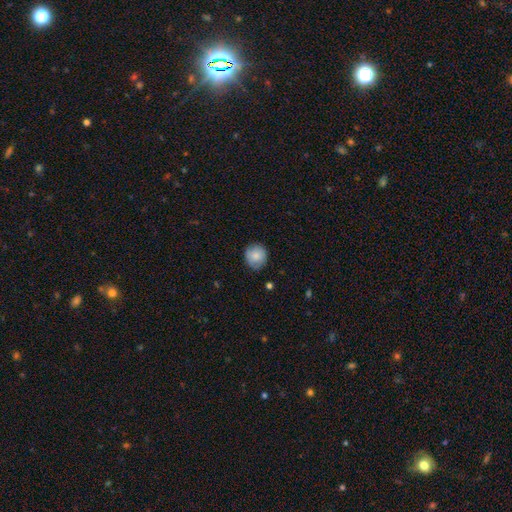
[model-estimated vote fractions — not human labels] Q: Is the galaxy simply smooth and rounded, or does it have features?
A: smooth — 81%.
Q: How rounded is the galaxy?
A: round — 90%.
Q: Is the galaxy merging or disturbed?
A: none — 82%.